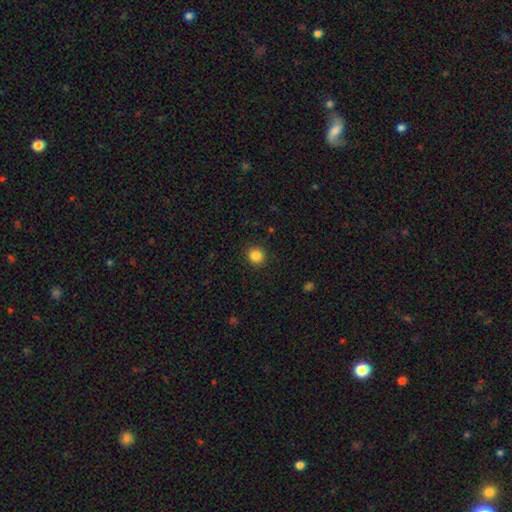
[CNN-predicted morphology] Smooth or featured? Predicted: smooth (p=0.85). How rounded? Predicted: round (p=0.91). Merging? Predicted: none (p=0.91).